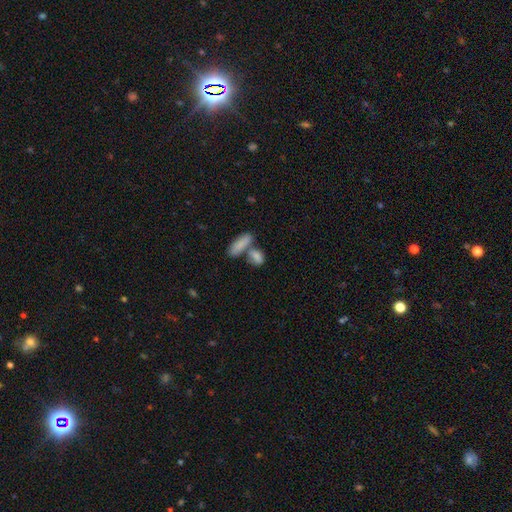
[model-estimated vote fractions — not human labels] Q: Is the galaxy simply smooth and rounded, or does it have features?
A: smooth — 79%.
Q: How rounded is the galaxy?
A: in between — 69%.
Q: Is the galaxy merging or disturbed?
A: none — 47%.